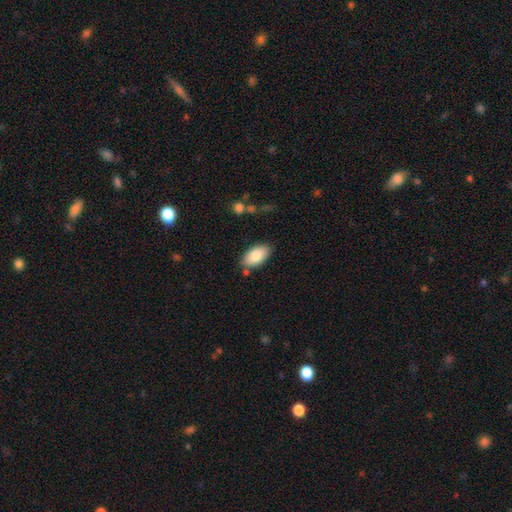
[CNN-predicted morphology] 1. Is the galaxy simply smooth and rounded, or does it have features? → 83% smooth, 10% featured or disk, 6% star or artifact.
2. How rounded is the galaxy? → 95% in between, 3% round, 2% cigar-shaped.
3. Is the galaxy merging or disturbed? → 79% none, 14% minor disturbance, 4% merger, 3% major disturbance.